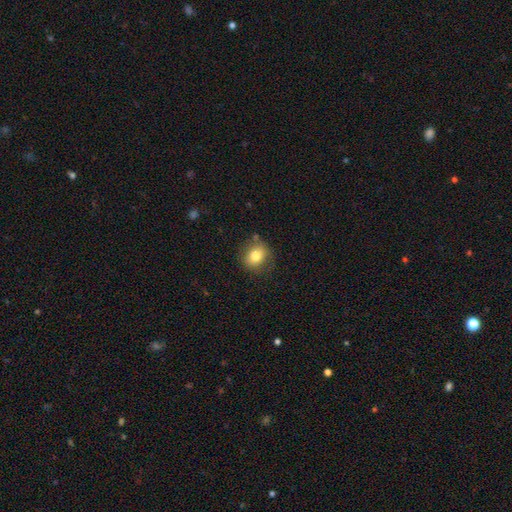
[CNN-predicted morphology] Smooth or featured? smooth (78%)
How rounded? round (64%)
Merging? none (79%)